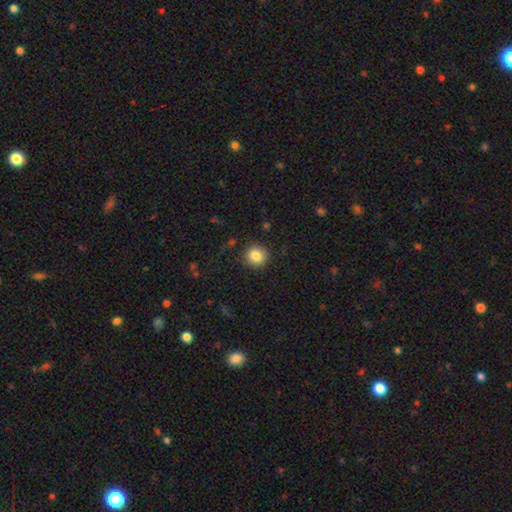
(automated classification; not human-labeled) The model was most divided on "smooth or featured": smooth: 85%, star or artifact: 9%, featured or disk: 6%. More confident: merging — none (89%); how rounded — round (89%).